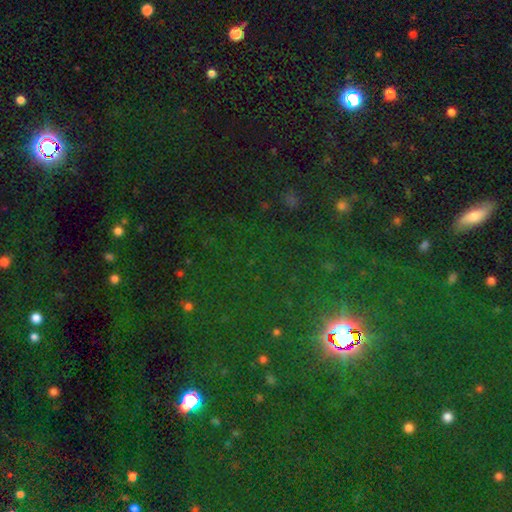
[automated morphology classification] type=star or artifact (78%).